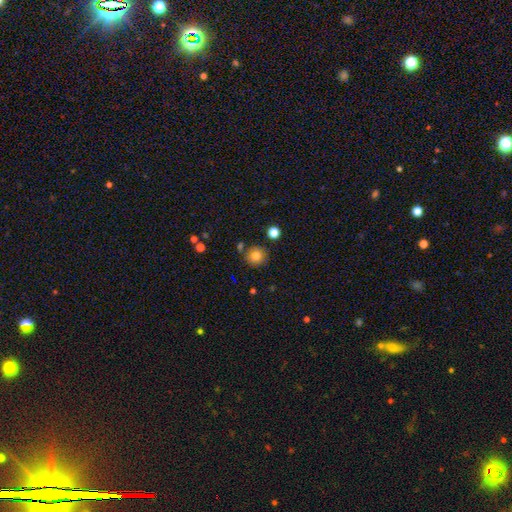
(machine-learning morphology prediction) Overall: smooth (80%). How rounded: round (91%). Merging: none (80%).